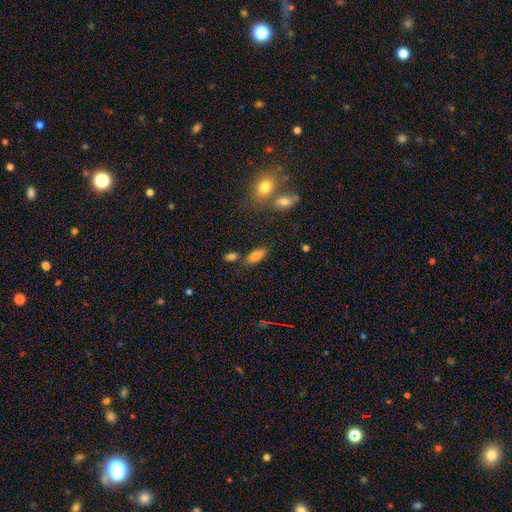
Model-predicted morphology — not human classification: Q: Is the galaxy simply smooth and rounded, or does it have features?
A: smooth — 80%.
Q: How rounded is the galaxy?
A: in between — 83%.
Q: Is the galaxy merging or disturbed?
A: none — 69%.